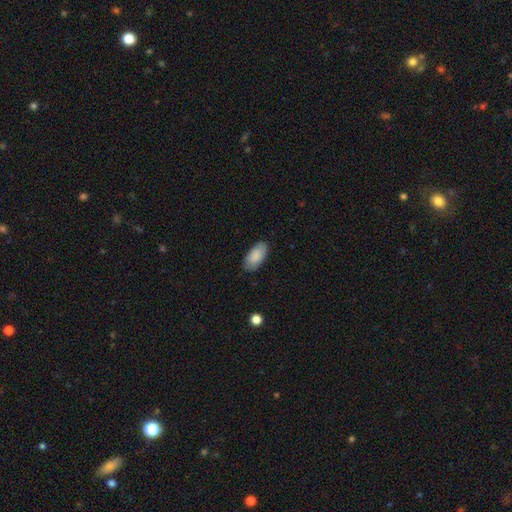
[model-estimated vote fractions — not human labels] A smooth galaxy with no disk features (85%) that is in between round and cigar-shaped (95%). Merging: none (82%).